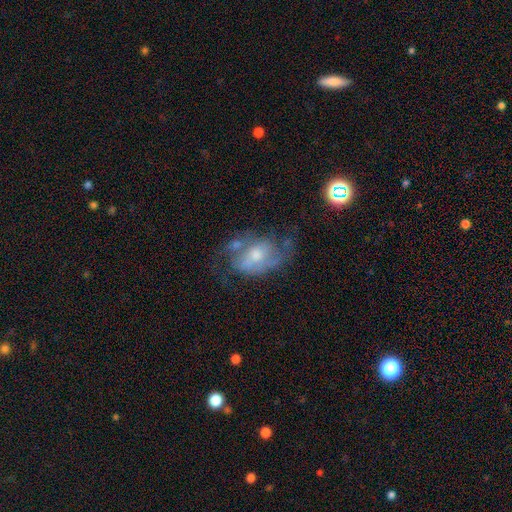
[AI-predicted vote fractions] featured or disk 67%, smooth 24%, star or artifact 9%. Down the decision tree: edge-on disk — no (96%); bar — no (57%); spiral arms — yes (74%); bulge size — moderate (54%); merging — none (41%).